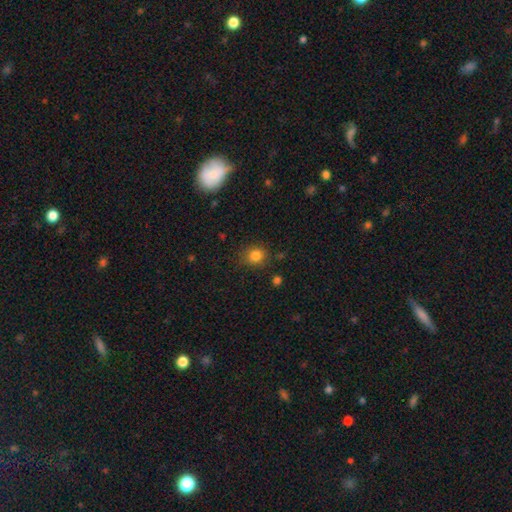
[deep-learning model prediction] This appears to be a smooth galaxy with no disk features (83%) that is round (83%). Merging: none (83%).